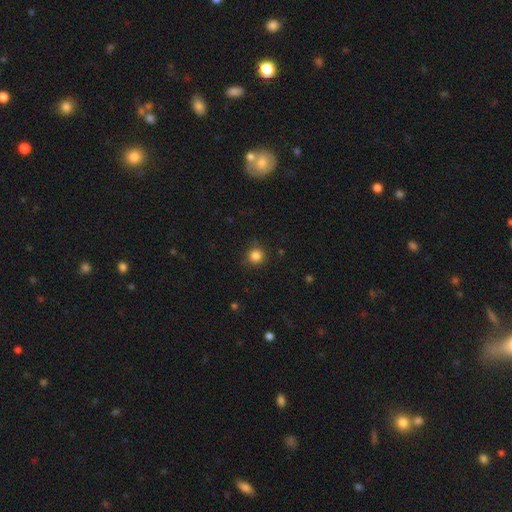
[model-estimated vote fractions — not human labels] smooth-or-featured: smooth: 84% | star or artifact: 12% | featured or disk: 4%
  how-rounded: round: 94% | in between: 5% | cigar-shaped: 1%
  merging: none: 88% | minor disturbance: 9% | major disturbance: 3% | merger: 1%